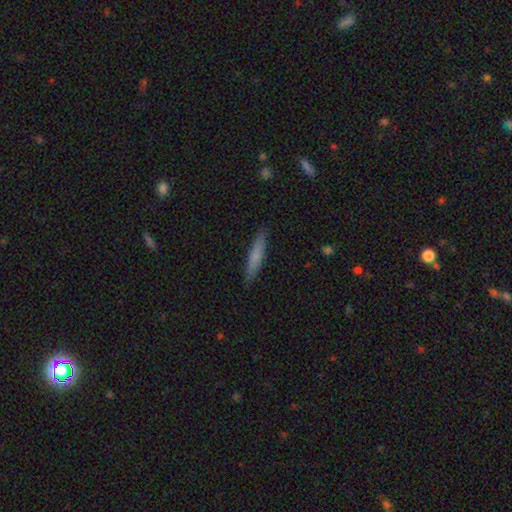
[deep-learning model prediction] Smooth or featured? smooth (71%)
How rounded? cigar-shaped (90%)
Merging? none (89%)